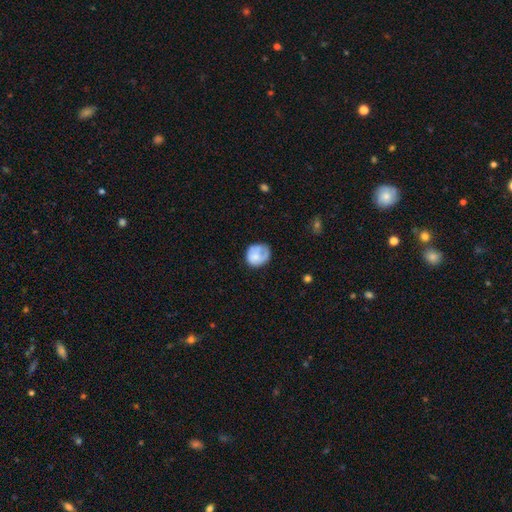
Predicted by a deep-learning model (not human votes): This is likely a smooth galaxy (69%). How rounded: likely round (69%). Merging: possibly none (51%).